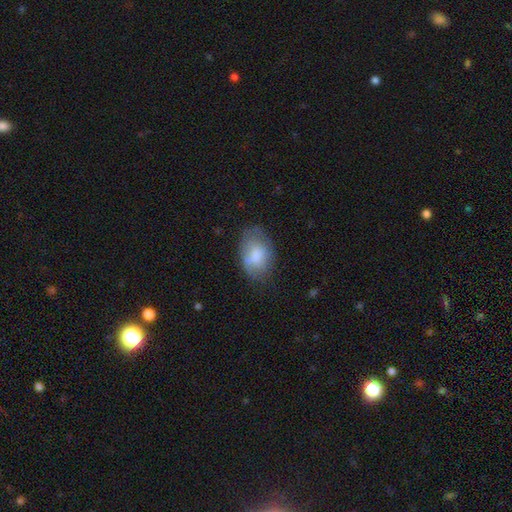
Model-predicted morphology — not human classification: Smooth or featured? Predicted: smooth (p=0.76). How rounded? Predicted: in between (p=0.85). Merging? Predicted: none (p=0.57).